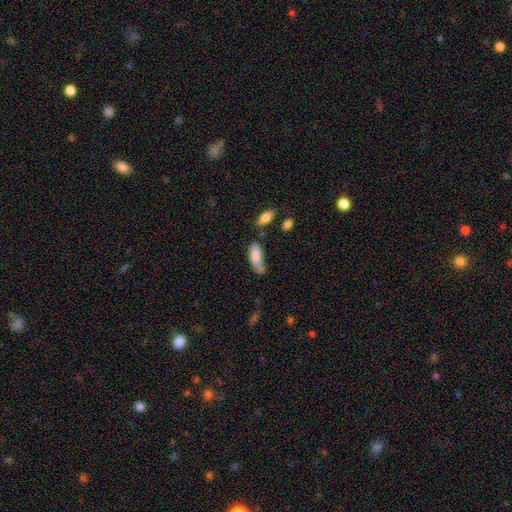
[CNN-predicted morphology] The model was most divided on "merging": none: 40%, minor disturbance: 35%, major disturbance: 14%, merger: 10%. More confident: smooth or featured — smooth (81%); how rounded — in between (71%).